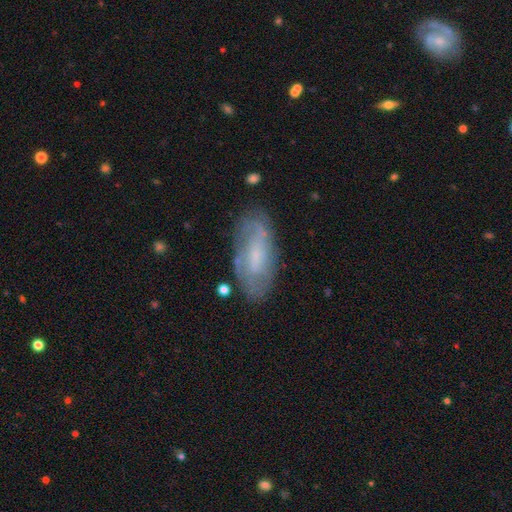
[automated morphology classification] Q: Smooth or featured?
A: featured or disk (54%); runner-up: smooth (39%)
Q: Edge-on disk?
A: no (88%); runner-up: yes (12%)
Q: Merging?
A: none (71%); runner-up: minor disturbance (20%)